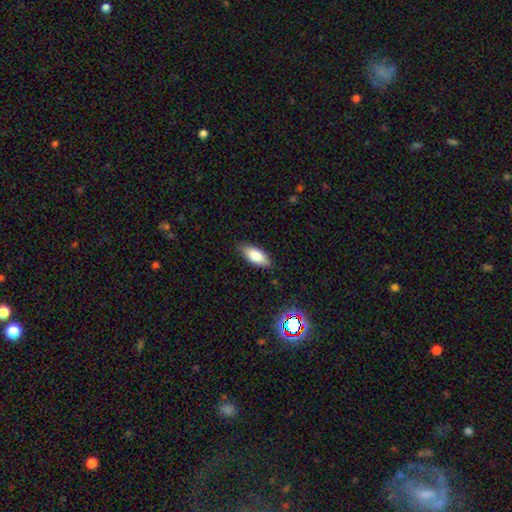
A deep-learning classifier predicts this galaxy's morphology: smooth-or-featured: smooth: 78% | featured or disk: 14% | star or artifact: 8%
  how-rounded: in between: 84% | cigar-shaped: 14% | round: 3%
  merging: none: 84% | minor disturbance: 12% | major disturbance: 2% | merger: 1%